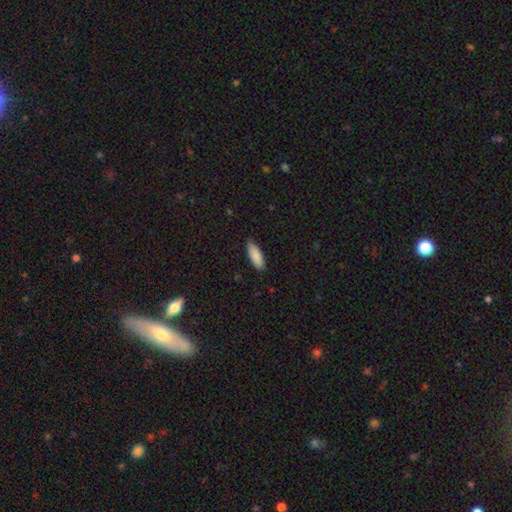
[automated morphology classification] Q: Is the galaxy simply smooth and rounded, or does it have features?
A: smooth — 89%.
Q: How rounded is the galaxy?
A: in between — 66%.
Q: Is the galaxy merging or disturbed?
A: none — 87%.